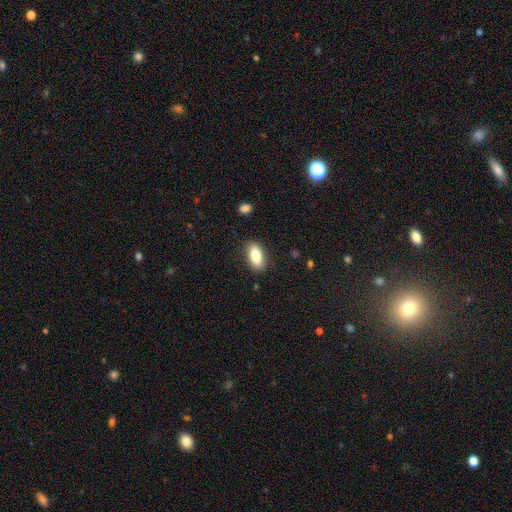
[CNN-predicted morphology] The model was most divided on "smooth or featured": smooth: 79%, featured or disk: 14%, star or artifact: 7%. More confident: merging — none (86%); how rounded — in between (83%).